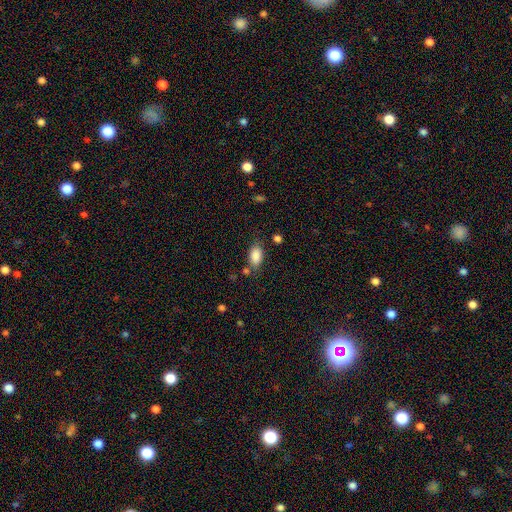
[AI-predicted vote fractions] Overall: smooth (87%). How rounded: in between (92%). Merging: none (73%).